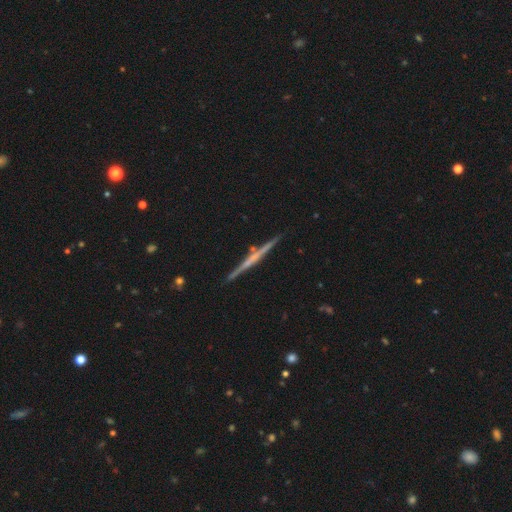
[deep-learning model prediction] Smooth or featured? featured or disk (73%)
Edge-on disk? yes (98%)
Edge-on bulge? none (59%)
Merging? none (88%)